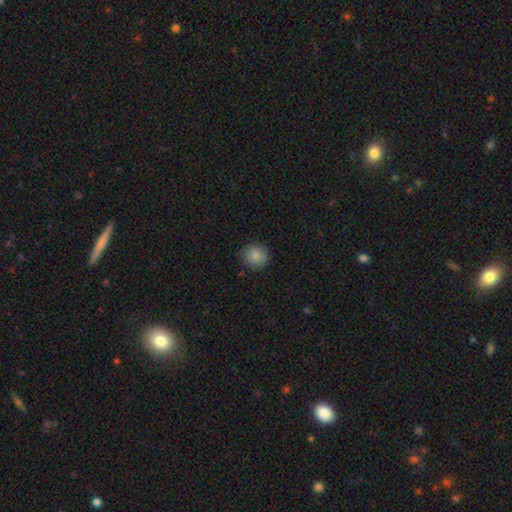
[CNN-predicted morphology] Smooth or featured: smooth — 86% (star or artifact — 9%)
How rounded: round — 92% (in between — 7%)
Merging: none — 86% (minor disturbance — 11%)